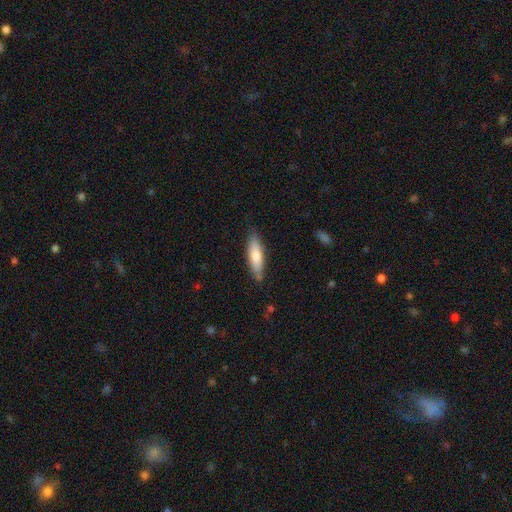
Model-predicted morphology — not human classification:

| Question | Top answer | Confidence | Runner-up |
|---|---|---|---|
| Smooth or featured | smooth | 71% | featured or disk (23%) |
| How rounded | cigar-shaped | 63% | in between (35%) |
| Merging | none | 82% | minor disturbance (14%) |